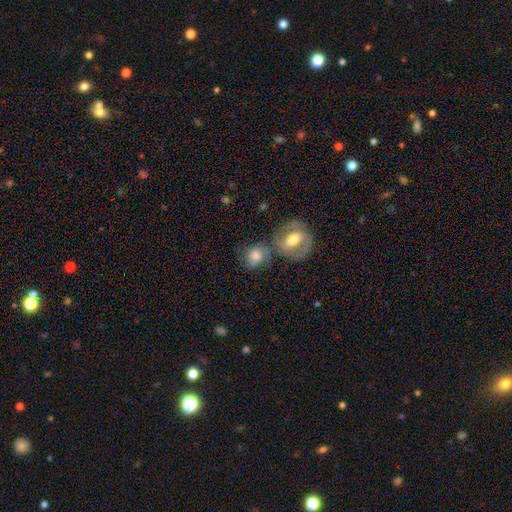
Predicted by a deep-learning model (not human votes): smooth-or-featured: smooth: 58% | featured or disk: 34% | star or artifact: 8%
  how-rounded: round: 69% | in between: 30% | cigar-shaped: 2%
  merging: none: 45% | merger: 33% | minor disturbance: 14% | major disturbance: 7%